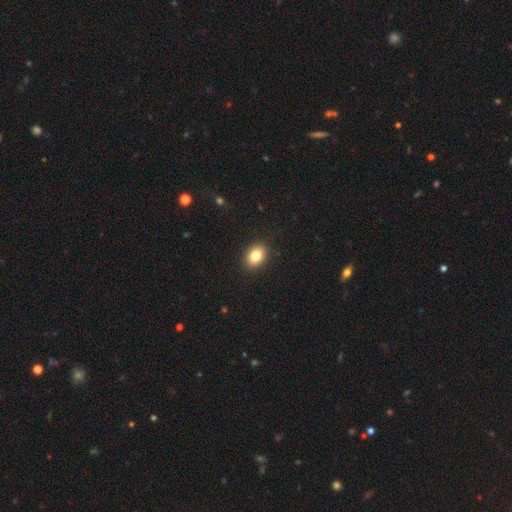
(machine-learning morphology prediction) smooth-or-featured: smooth: 83% | star or artifact: 9% | featured or disk: 8%
  how-rounded: in between: 74% | round: 25% | cigar-shaped: 1%
  merging: none: 90% | minor disturbance: 7% | major disturbance: 2% | merger: 1%